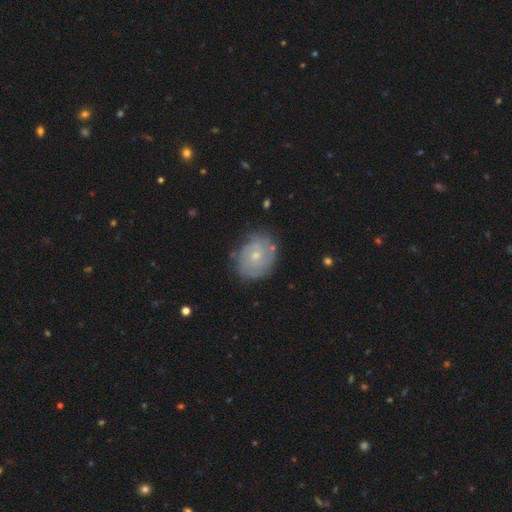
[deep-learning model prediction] This is possibly a featured or disk galaxy (59%). It is clearly not viewed edge-on (97%). Bar: likely no (80%). Spiral arm pattern: likely yes (72%). Central bulge: likely small (61%). Merging: likely none (74%).